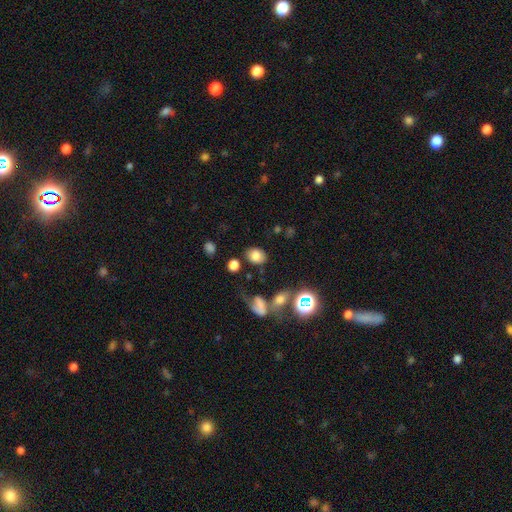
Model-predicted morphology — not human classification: Smooth or featured?
  - smooth: 76% *
  - star or artifact: 12%
  - featured or disk: 11%
How rounded?
  - in between: 62% *
  - round: 37%
  - cigar-shaped: 1%
Merging?
  - none: 73% *
  - minor disturbance: 14%
  - major disturbance: 7%
  - merger: 6%